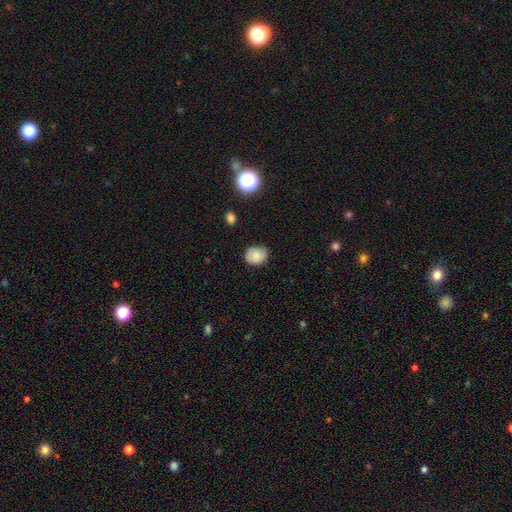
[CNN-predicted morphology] This is clearly a smooth galaxy (84%). How rounded: possibly round (56%). Merging: likely none (77%).